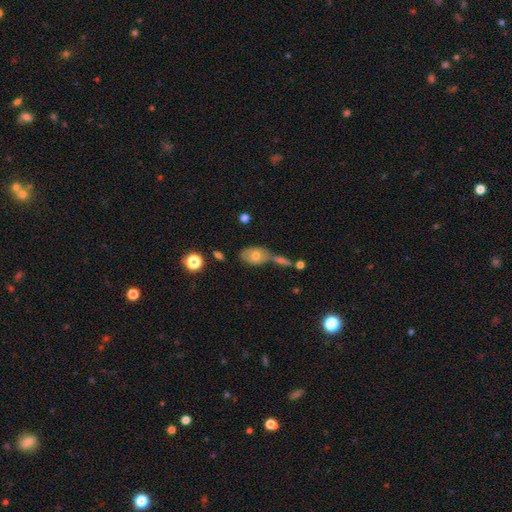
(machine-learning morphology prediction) Smooth or featured?
  - smooth: 60% *
  - featured or disk: 32%
  - star or artifact: 8%
How rounded?
  - in between: 85% *
  - round: 12%
  - cigar-shaped: 3%
Merging?
  - none: 41% *
  - merger: 35%
  - minor disturbance: 16%
  - major disturbance: 8%